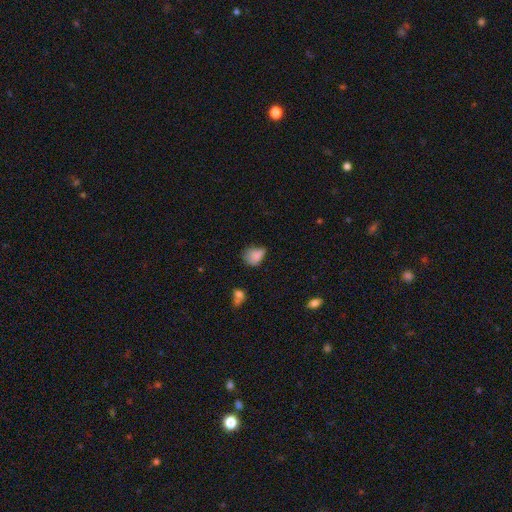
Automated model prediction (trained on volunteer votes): Smooth or featured? smooth (77%)
How rounded? in between (63%)
Merging? minor disturbance (40%)